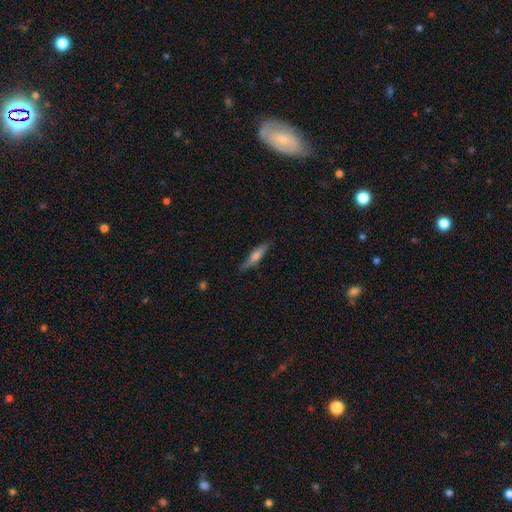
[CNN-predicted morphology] Smooth or featured? featured or disk (56%)
Edge-on disk? yes (94%)
Edge-on bulge? rounded (84%)
Merging? none (85%)